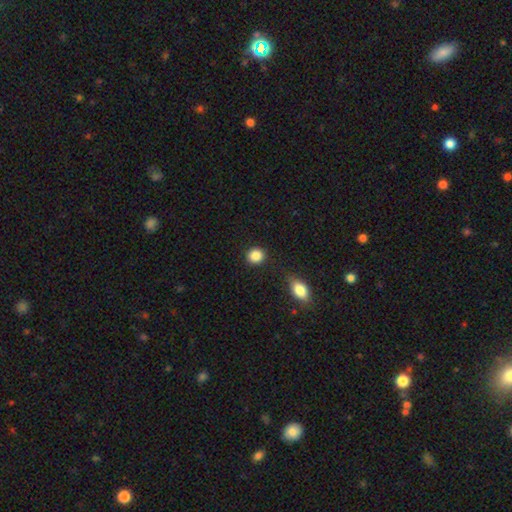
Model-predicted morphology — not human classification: Q: Smooth or featured?
A: smooth (87%); runner-up: star or artifact (9%)
Q: How rounded?
A: round (85%); runner-up: in between (14%)
Q: Merging?
A: none (88%); runner-up: minor disturbance (7%)